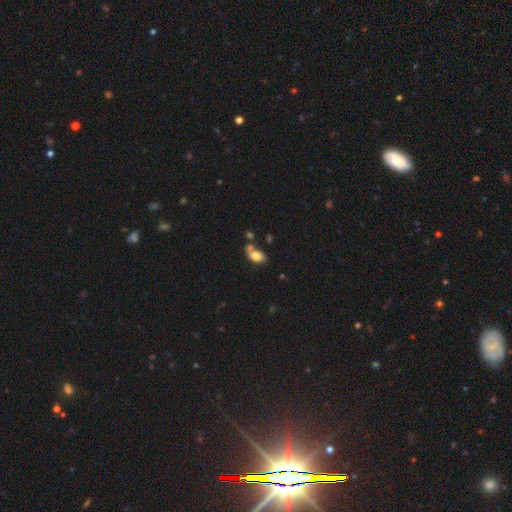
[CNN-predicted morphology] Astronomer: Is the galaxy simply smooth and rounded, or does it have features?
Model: smooth — 79%.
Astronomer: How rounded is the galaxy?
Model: in between — 88%.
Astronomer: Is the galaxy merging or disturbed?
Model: none — 44% (runner-up: merger, 30%).